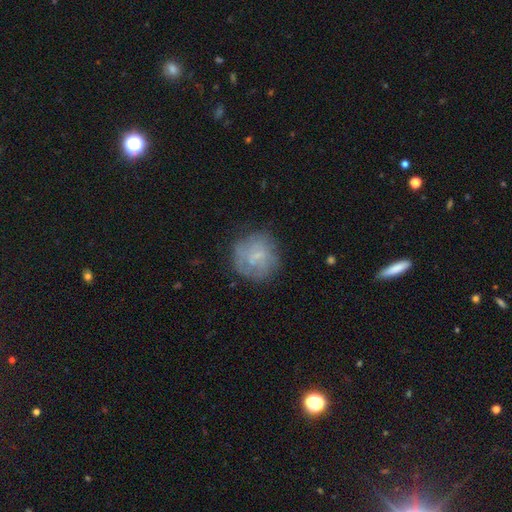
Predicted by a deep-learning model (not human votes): This is possibly a smooth galaxy (46%). Merging: likely none (69%).